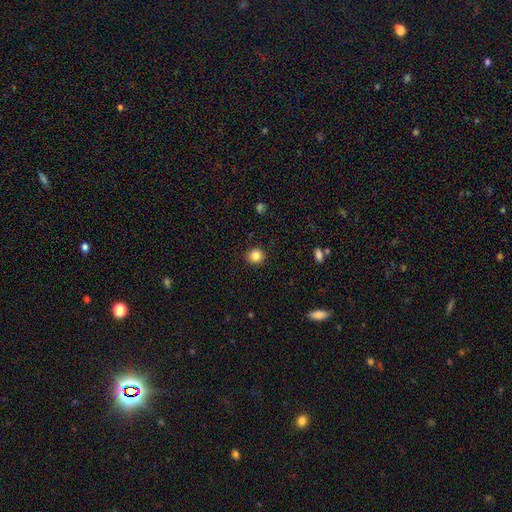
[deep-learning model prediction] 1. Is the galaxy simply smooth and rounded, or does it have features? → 85% smooth, 11% star or artifact, 4% featured or disk.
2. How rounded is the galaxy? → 93% round, 6% in between, 1% cigar-shaped.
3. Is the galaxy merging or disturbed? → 92% none, 5% minor disturbance, 2% major disturbance, 1% merger.